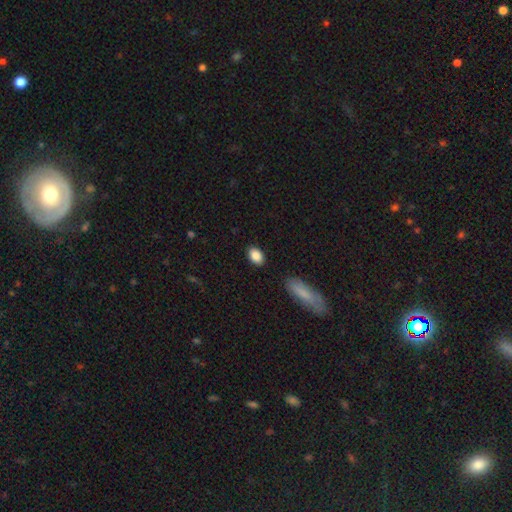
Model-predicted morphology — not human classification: A smooth galaxy with no disk features (88%) that is in between round and cigar-shaped (83%). Merging: none (88%).